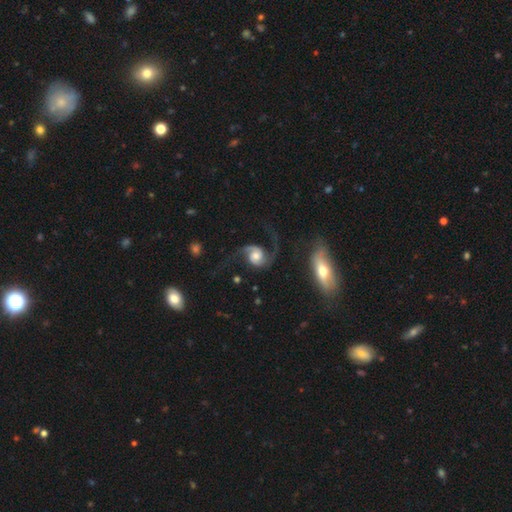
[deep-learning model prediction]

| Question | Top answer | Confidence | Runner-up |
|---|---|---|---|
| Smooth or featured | featured or disk | 88% | smooth (8%) |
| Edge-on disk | no | 98% | yes (2%) |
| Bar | no | 66% | weak (26%) |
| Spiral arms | yes | 97% | no (3%) |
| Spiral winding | loose | 61% | medium (32%) |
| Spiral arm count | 2 | 89% | 1 (6%) |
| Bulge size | moderate | 54% | small (21%) |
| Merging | none | 62% | major disturbance (18%) |